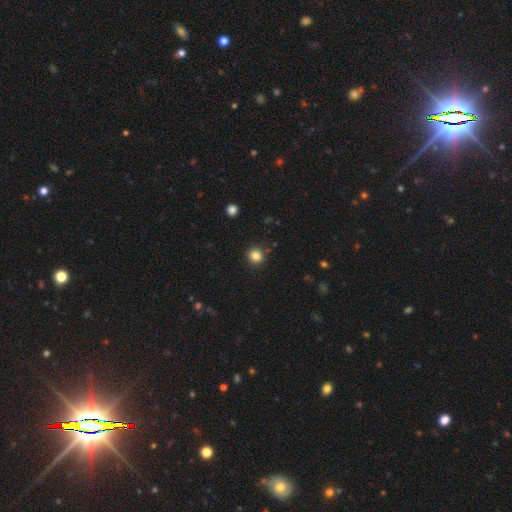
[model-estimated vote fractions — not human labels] Smooth or featured? Predicted: smooth (p=0.84). How rounded? Predicted: round (p=0.90). Merging? Predicted: none (p=0.90).